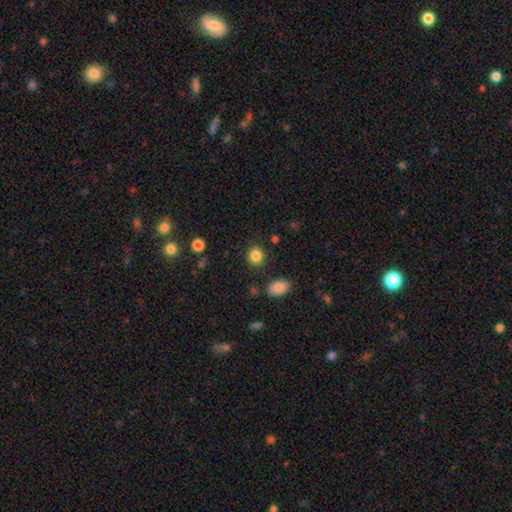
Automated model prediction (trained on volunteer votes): smooth 85%, star or artifact 10%, featured or disk 4%. Down the decision tree: how rounded — round (67%); merging — none (85%).